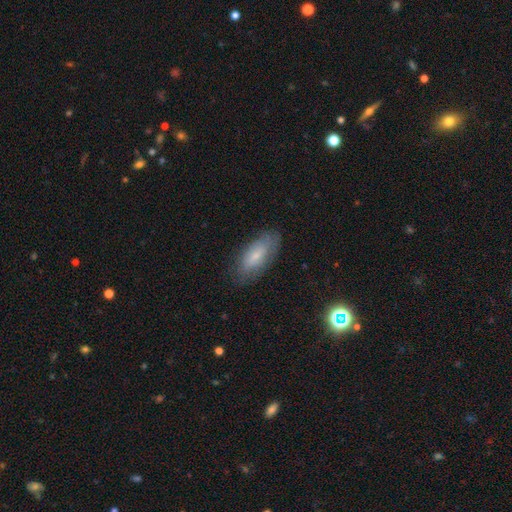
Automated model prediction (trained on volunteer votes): A smooth galaxy with no disk features (66%) that is in between round and cigar-shaped (81%).

Vote fractions:
- Smooth or featured? smooth: 66% / featured or disk: 26% / star or artifact: 8%
- How rounded? in between: 81% / cigar-shaped: 17% / round: 2%
- Merging? none: 78% / minor disturbance: 16% / major disturbance: 4% / merger: 1%